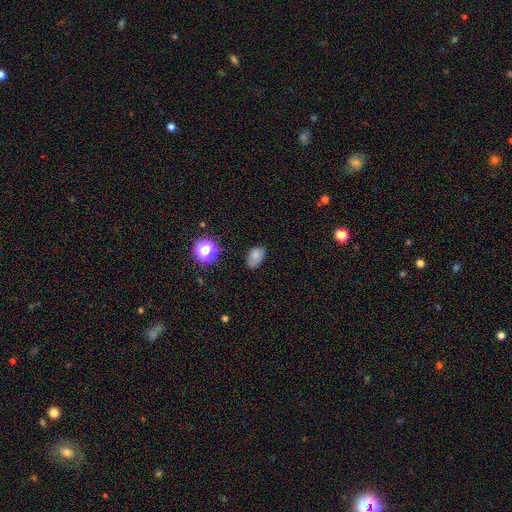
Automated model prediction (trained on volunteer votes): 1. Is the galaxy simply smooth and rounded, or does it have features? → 76% smooth, 13% star or artifact, 11% featured or disk.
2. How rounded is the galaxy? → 84% in between, 15% round, 1% cigar-shaped.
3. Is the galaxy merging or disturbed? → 64% none, 27% minor disturbance, 7% major disturbance, 2% merger.